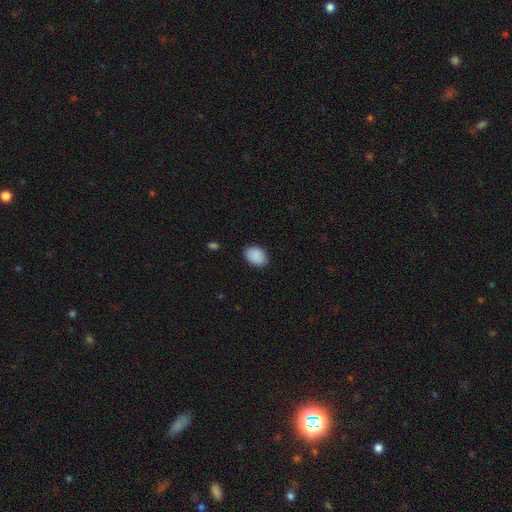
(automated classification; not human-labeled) Q: Smooth or featured?
A: smooth (90%); runner-up: star or artifact (7%)
Q: How rounded?
A: in between (78%); runner-up: round (21%)
Q: Merging?
A: none (87%); runner-up: minor disturbance (10%)